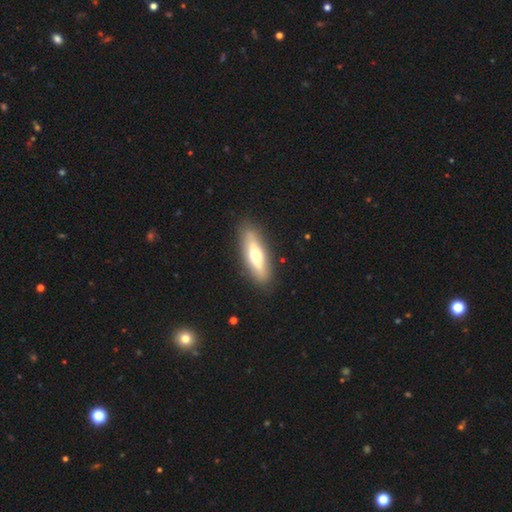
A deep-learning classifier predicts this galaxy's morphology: A smooth galaxy with no disk features (52%) that is cigar-shaped (53%). Merging: none (87%).